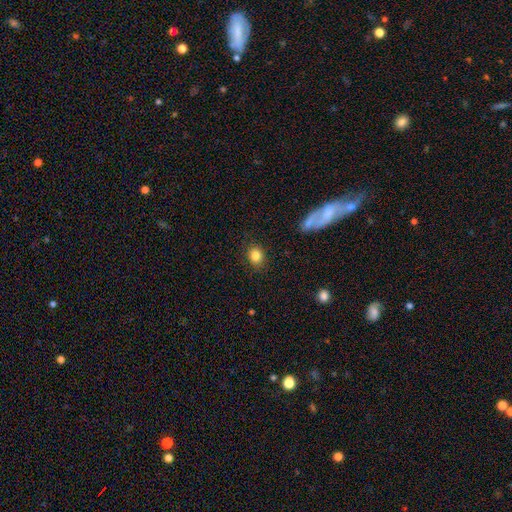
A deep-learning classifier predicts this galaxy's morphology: A smooth galaxy with no disk features (83%) that is round (63%). Merging: none (87%).